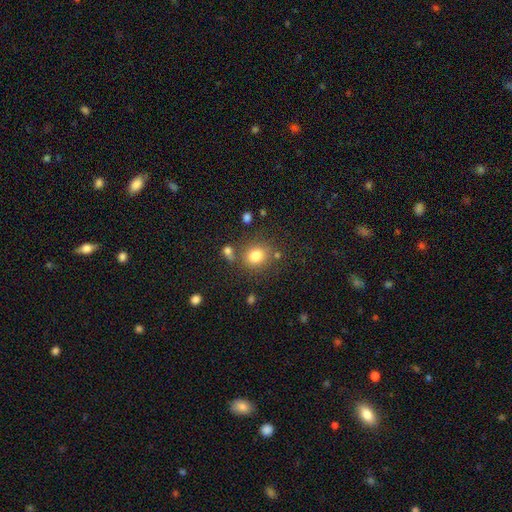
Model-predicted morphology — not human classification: type=smooth (80%); roundness=round (75%); merging=none (73%).